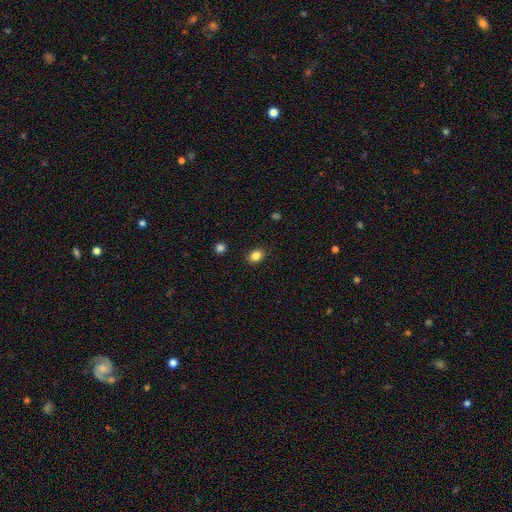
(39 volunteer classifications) A smooth galaxy with no disk features (95%) that is in between round and cigar-shaped (73%).

Vote fractions:
- Smooth or featured? smooth: 95% / star or artifact: 5% / featured or disk: 0%
- How rounded? in between: 73% / round: 27% / cigar-shaped: 0%
- Merging? none: 92% / major disturbance: 5% / minor disturbance: 3% / merger: 0%